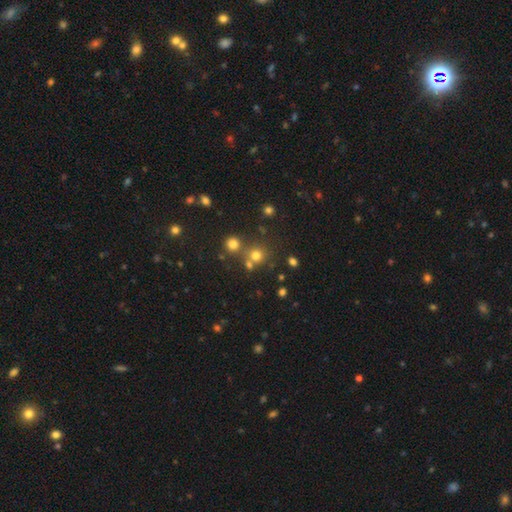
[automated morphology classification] smooth 71%, star or artifact 20%, featured or disk 8%. Down the decision tree: how rounded — round (89%); merging — none (66%).